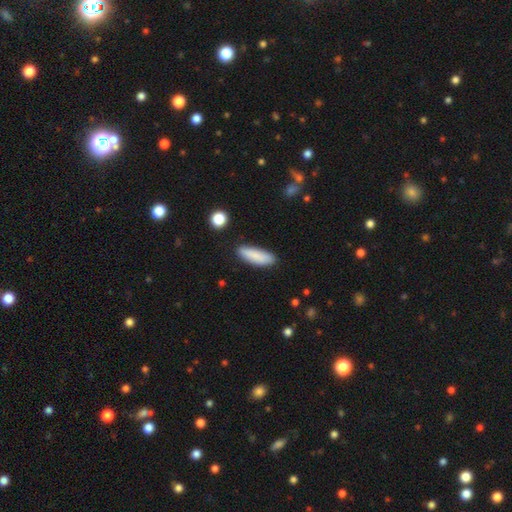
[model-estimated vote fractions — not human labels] Smooth or featured? Predicted: smooth (p=0.84). How rounded? Predicted: in between (p=0.49, tied with cigar-shaped). Merging? Predicted: none (p=0.85).